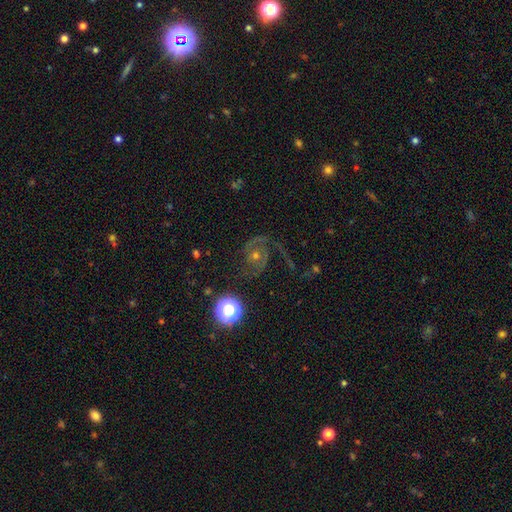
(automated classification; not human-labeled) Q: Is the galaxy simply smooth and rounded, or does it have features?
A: featured or disk — 76%.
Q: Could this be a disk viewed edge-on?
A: no — 98%.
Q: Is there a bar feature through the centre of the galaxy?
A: no — 73%.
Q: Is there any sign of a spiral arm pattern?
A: yes — 95%.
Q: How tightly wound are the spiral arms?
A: medium — 50%.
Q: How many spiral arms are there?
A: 2 — 68%.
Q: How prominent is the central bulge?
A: moderate — 51%.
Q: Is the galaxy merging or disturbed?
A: none — 63%.